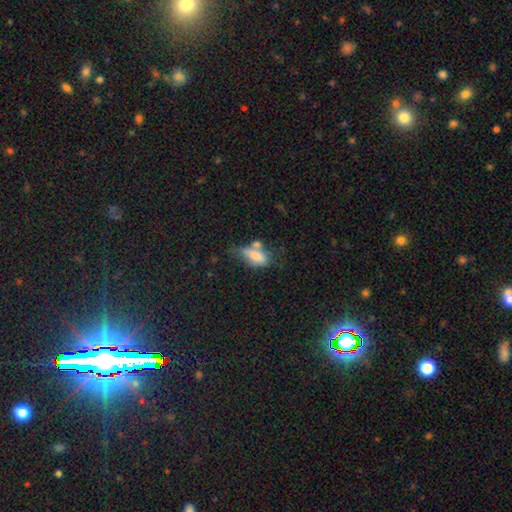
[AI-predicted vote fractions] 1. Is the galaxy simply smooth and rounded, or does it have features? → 67% smooth, 24% featured or disk, 9% star or artifact.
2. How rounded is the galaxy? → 82% in between, 13% cigar-shaped, 5% round.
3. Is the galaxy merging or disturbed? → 30% none, 28% merger, 24% minor disturbance, 18% major disturbance.